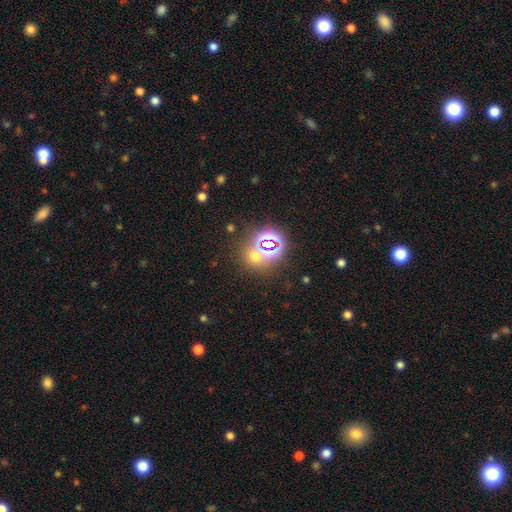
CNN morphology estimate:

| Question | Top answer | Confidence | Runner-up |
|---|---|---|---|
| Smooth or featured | star or artifact | 50% | smooth (41%) |